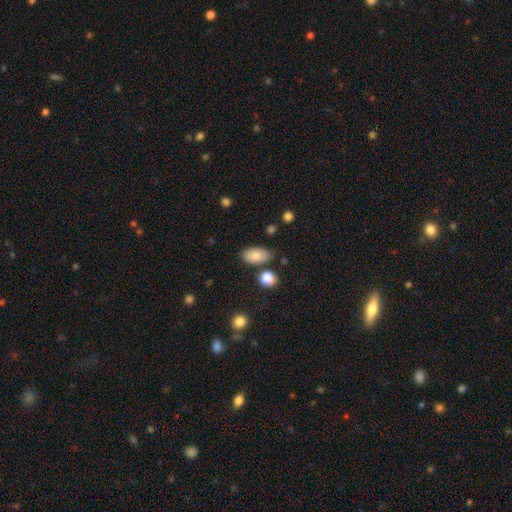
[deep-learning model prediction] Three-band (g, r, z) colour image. It shows a smooth galaxy with no disk features (83%) that is in between round and cigar-shaped (92%). Merging: none (75%).